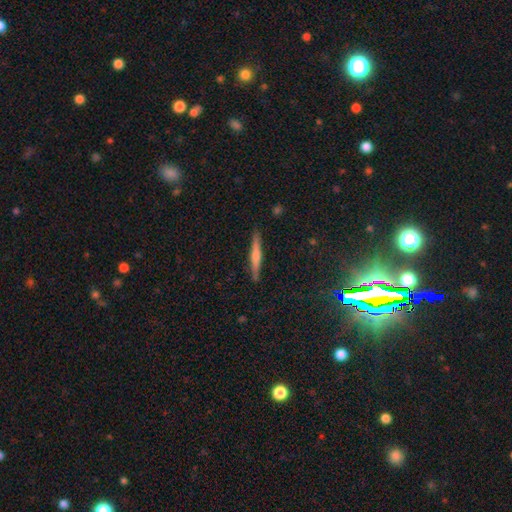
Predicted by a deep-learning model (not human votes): smooth-or-featured: featured or disk: 47% | smooth: 46% | star or artifact: 7%
  merging: none: 90% | minor disturbance: 7% | major disturbance: 1% | merger: 1%